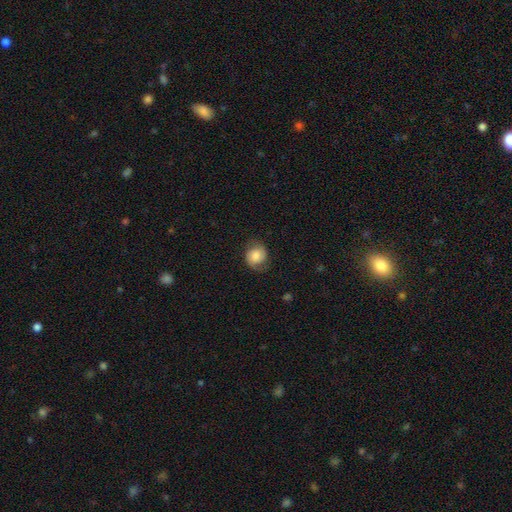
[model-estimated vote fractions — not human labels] smooth_or_featured: smooth (p=0.60) [alt: featured or disk p=0.32]
how_rounded: round (p=0.70) [alt: in between p=0.29]
merging: none (p=0.68) [alt: minor disturbance p=0.22]